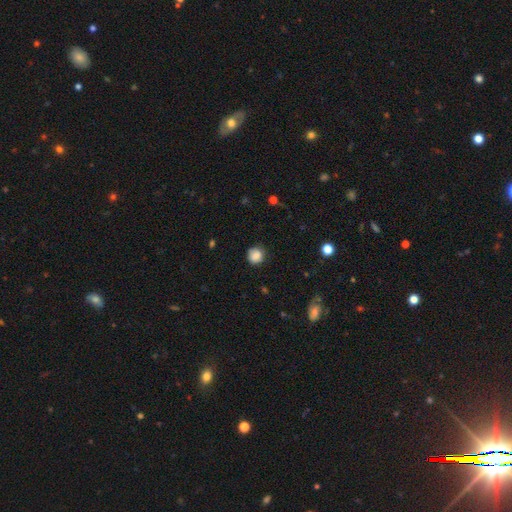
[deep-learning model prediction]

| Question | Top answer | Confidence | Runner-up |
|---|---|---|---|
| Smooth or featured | smooth | 85% | star or artifact (9%) |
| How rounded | round | 88% | in between (11%) |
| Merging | none | 80% | minor disturbance (15%) |